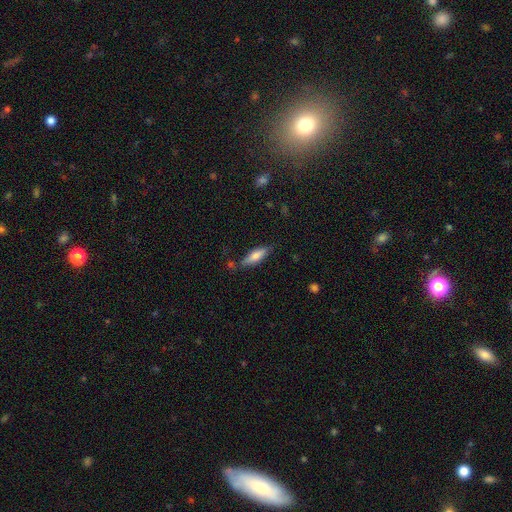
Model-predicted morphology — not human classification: Smooth or featured?
  - smooth: 68% *
  - featured or disk: 26%
  - star or artifact: 6%
How rounded?
  - cigar-shaped: 55% *
  - in between: 43%
  - round: 2%
Merging?
  - none: 75% *
  - minor disturbance: 17%
  - merger: 5%
  - major disturbance: 4%